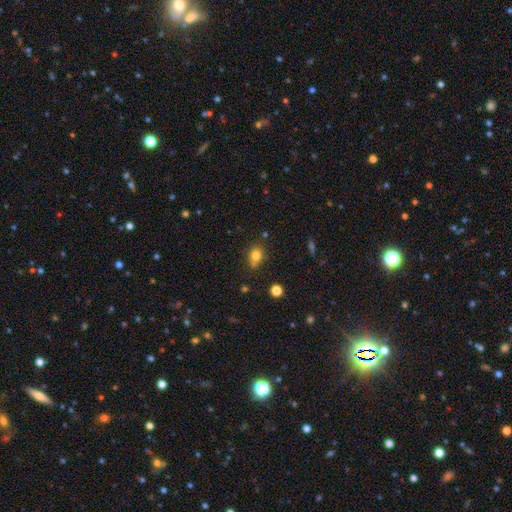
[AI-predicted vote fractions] This is likely a smooth galaxy (78%). How rounded: possibly round (50%). Merging: likely none (64%).